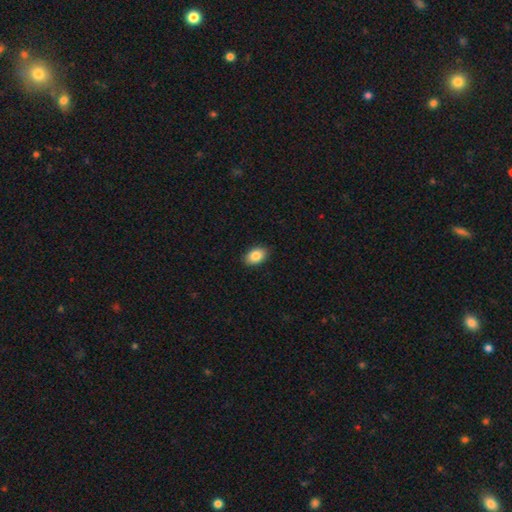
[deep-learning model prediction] Smooth or featured: smooth — 86% (star or artifact — 7%)
How rounded: in between — 88% (round — 11%)
Merging: none — 90% (minor disturbance — 8%)